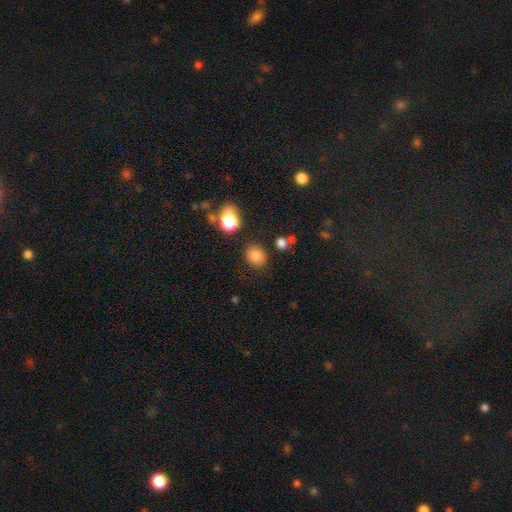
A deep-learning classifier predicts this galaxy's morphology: type=smooth (81%); roundness=round (72%); merging=none (83%).